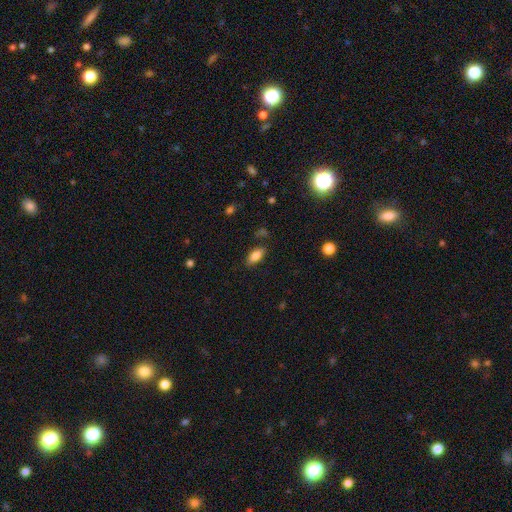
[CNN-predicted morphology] smooth-or-featured: smooth: 84% | star or artifact: 8% | featured or disk: 8%
  how-rounded: in between: 87% | cigar-shaped: 11% | round: 3%
  merging: none: 83% | minor disturbance: 12% | major disturbance: 3% | merger: 2%